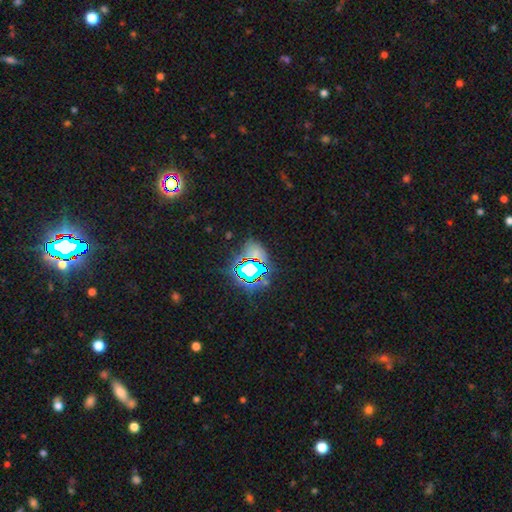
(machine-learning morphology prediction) Smooth or featured?
  - star or artifact: 61% *
  - smooth: 27%
  - featured or disk: 12%